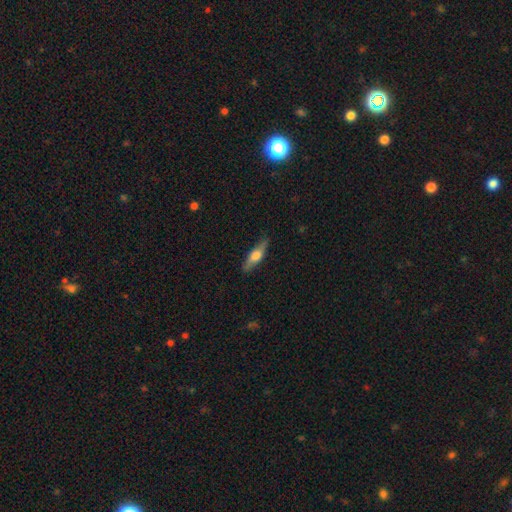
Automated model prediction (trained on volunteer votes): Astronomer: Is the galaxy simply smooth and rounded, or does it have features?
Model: smooth — 48% (runner-up: featured or disk, 46%).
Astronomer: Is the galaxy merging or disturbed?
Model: none — 84%.